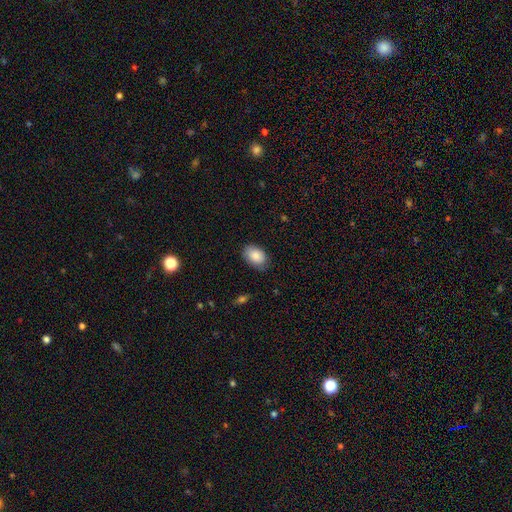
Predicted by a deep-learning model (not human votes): A smooth galaxy with no disk features (87%) that is in between round and cigar-shaped (87%). Merging: none (80%).